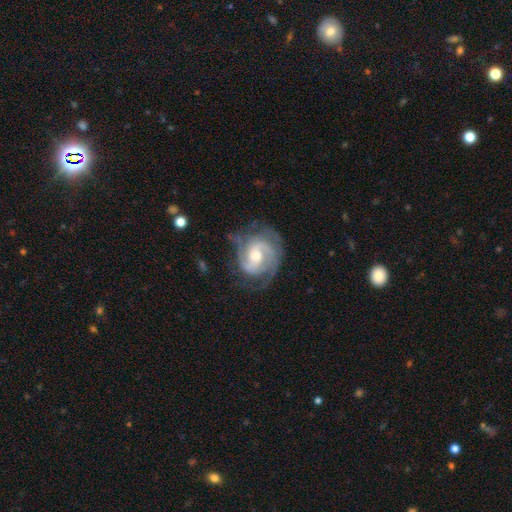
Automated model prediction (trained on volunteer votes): Smooth or featured?
  - featured or disk: 88% *
  - smooth: 7%
  - star or artifact: 5%
Edge-on disk?
  - no: 98% *
  - yes: 2%
Bar?
  - weak: 44% *
  - no: 43%
  - strong: 13%
Spiral arms?
  - yes: 97% *
  - no: 3%
Spiral winding?
  - tight: 48% *
  - medium: 42%
  - loose: 10%
Spiral arm count?
  - 2: 61% *
  - 3: 17%
  - can't tell: 12%
  - 1: 4%
  - 4: 3%
  - more than 4: 3%
Bulge size?
  - moderate: 64% *
  - small: 28%
  - large: 5%
  - none: 1%
  - dominant: 1%
Merging?
  - none: 68% *
  - minor disturbance: 20%
  - major disturbance: 11%
  - merger: 1%